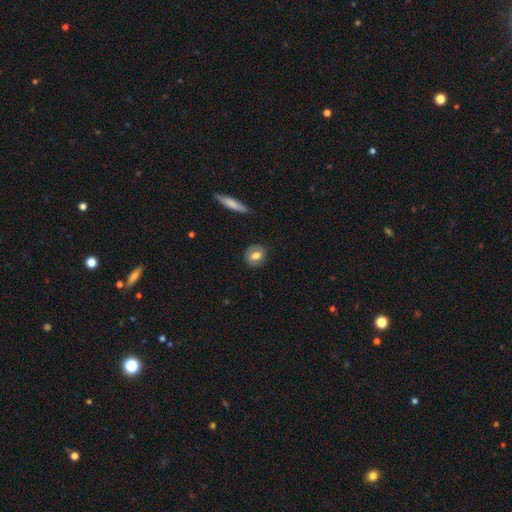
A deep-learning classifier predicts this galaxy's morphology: Smooth or featured? Predicted: smooth (p=0.63). How rounded? Predicted: round (p=0.54). Merging? Predicted: none (p=0.81).